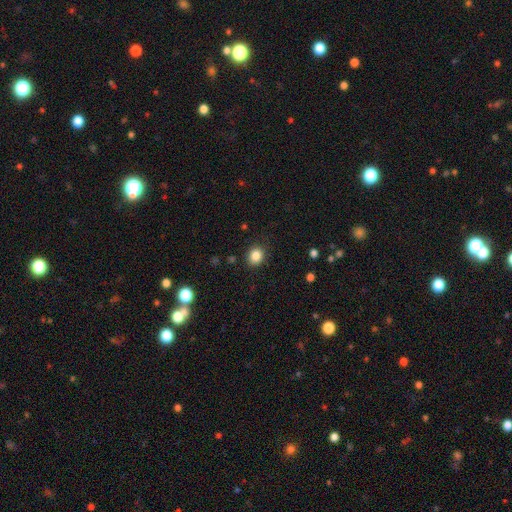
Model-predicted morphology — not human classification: This is clearly a smooth galaxy (85%). How rounded: likely round (66%). Merging: clearly none (87%).